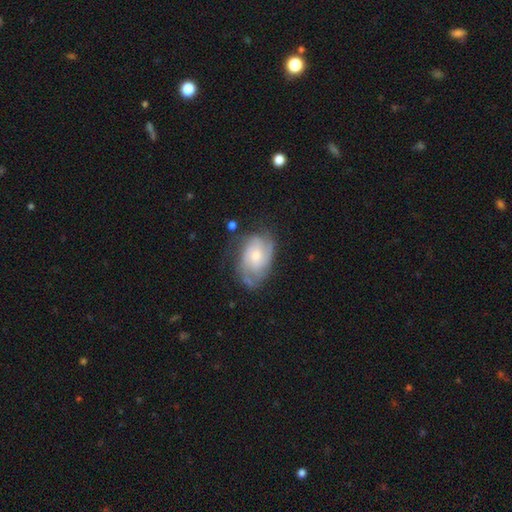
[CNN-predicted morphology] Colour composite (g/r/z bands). It shows a featured or disk galaxy (72%) with no bar (69%), tight (46%) spiral arms (91%) and a moderate central bulge (53%). Merging: none (58%).